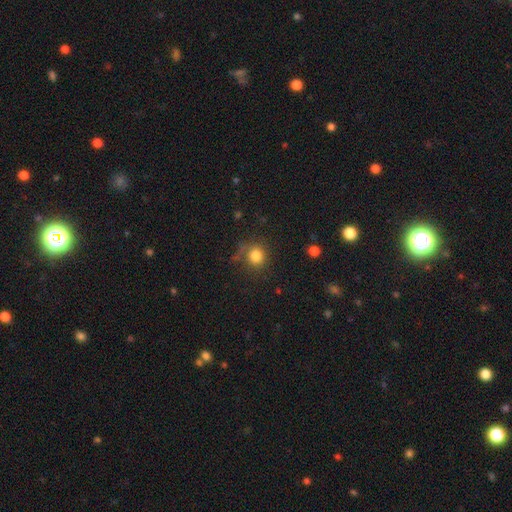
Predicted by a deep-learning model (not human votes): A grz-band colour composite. It shows a smooth galaxy with no disk features (81%) that is round (89%). Merging: none (75%).